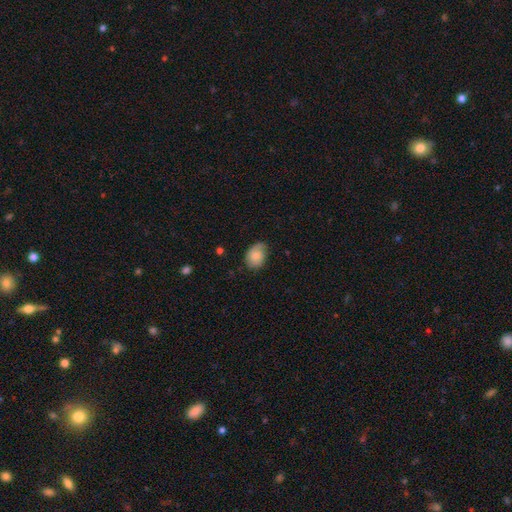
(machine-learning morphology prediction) Q: Smooth or featured?
A: smooth (72%); runner-up: featured or disk (21%)
Q: How rounded?
A: in between (70%); runner-up: round (29%)
Q: Merging?
A: none (64%); runner-up: minor disturbance (28%)